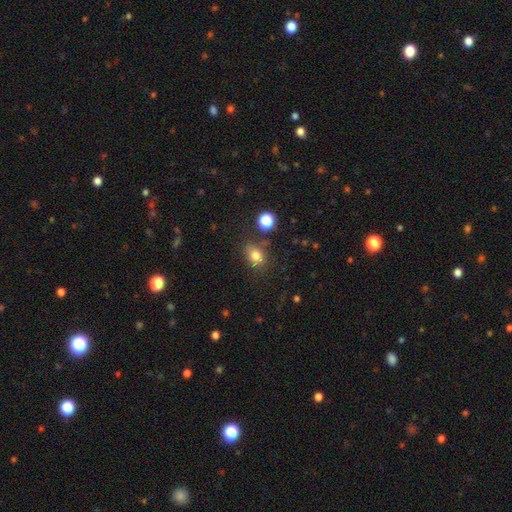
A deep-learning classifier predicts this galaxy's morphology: smooth 78%, star or artifact 14%, featured or disk 9%. Down the decision tree: how rounded — in between (56%); merging — none (70%).